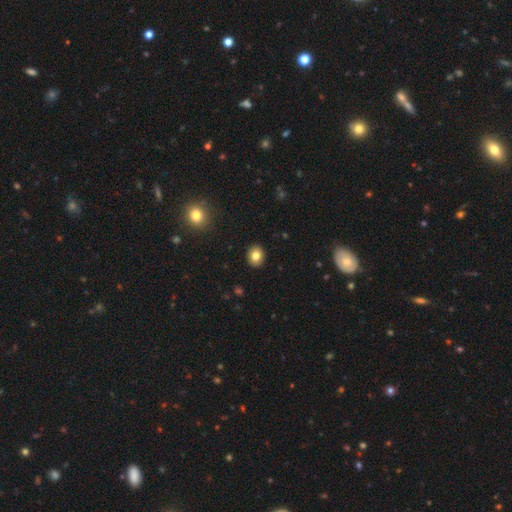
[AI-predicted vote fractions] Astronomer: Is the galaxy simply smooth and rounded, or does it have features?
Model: smooth — 81%.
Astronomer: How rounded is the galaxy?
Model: round — 65%.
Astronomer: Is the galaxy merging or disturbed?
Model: none — 91%.